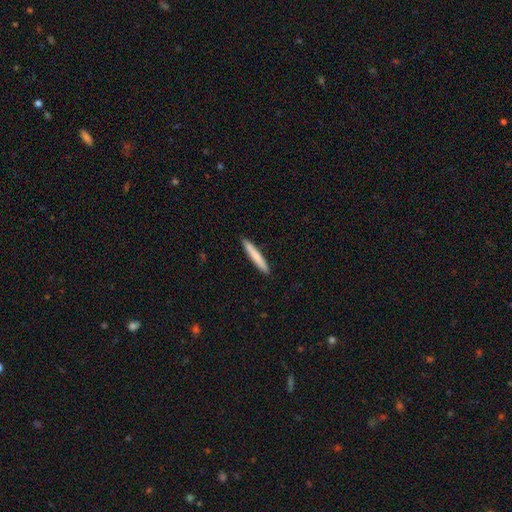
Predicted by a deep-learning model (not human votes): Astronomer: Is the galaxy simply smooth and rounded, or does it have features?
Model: smooth — 73%.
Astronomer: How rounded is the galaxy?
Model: cigar-shaped — 95%.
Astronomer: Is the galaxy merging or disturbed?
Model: none — 92%.